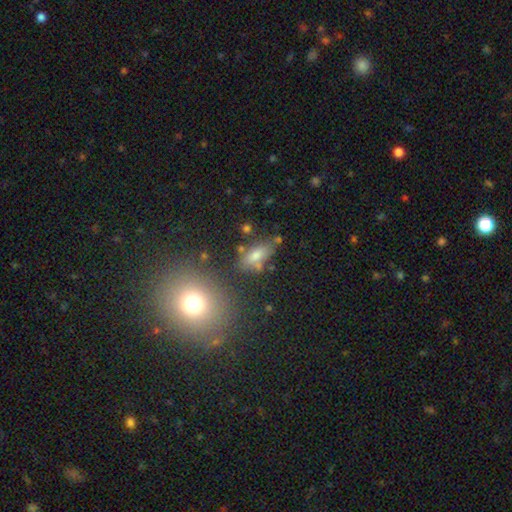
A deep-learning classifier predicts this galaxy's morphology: Smooth or featured? smooth (68%)
How rounded? in between (79%)
Merging? none (65%)